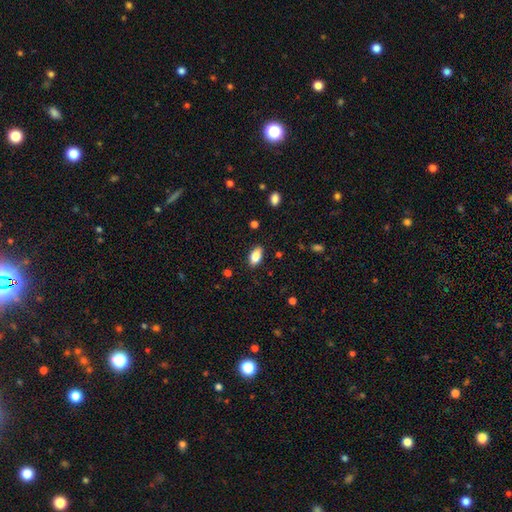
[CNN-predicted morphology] smooth 86%, star or artifact 8%, featured or disk 6%. Down the decision tree: how rounded — in between (90%); merging — none (85%).